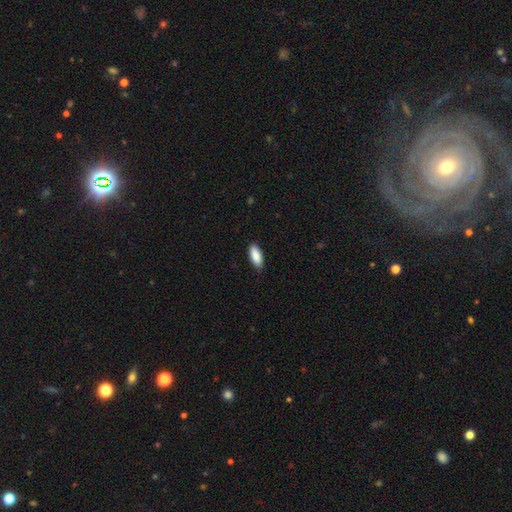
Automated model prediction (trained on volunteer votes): A smooth galaxy with no disk features (89%) that is in between round and cigar-shaped (84%). Merging: none (86%).